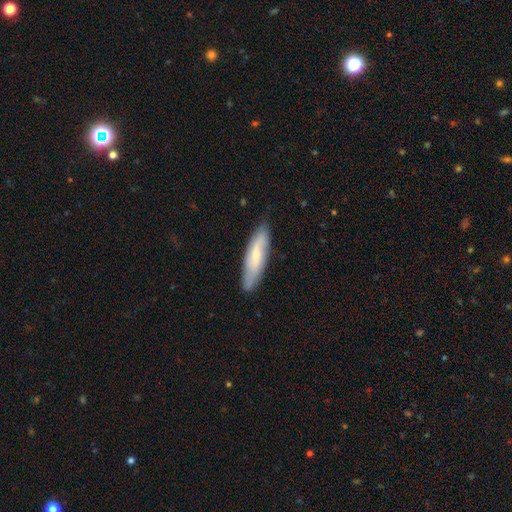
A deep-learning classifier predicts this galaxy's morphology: A smooth galaxy with no disk features (52%) that is cigar-shaped (64%). Merging: none (82%).